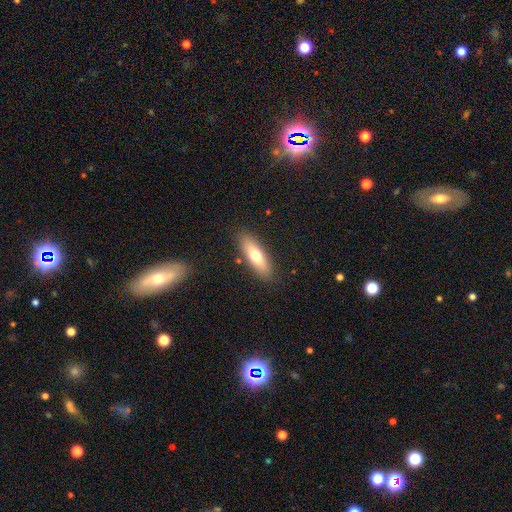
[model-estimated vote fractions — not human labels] smooth-or-featured: smooth: 67% | featured or disk: 26% | star or artifact: 7%
  how-rounded: in between: 54% | cigar-shaped: 43% | round: 2%
  merging: none: 86% | minor disturbance: 10% | major disturbance: 3% | merger: 2%